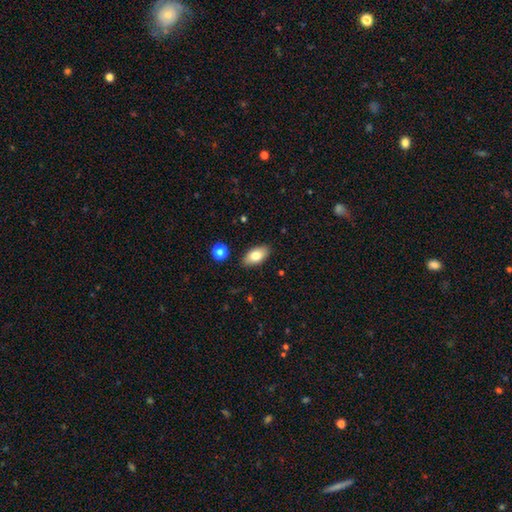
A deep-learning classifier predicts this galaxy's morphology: Overall: smooth (79%). How rounded: in between (92%). Merging: none (87%).